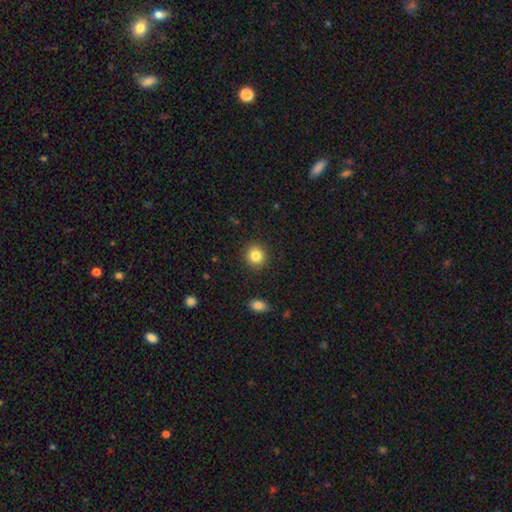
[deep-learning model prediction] This is clearly a smooth galaxy (83%). How rounded: clearly round (88%). Merging: clearly none (91%).